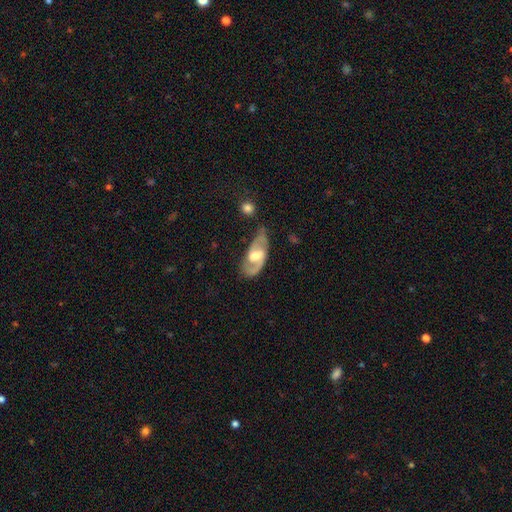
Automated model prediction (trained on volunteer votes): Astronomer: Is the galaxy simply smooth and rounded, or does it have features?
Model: featured or disk — 81%.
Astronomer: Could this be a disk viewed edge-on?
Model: no — 94%.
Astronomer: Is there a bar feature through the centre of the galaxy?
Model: weak — 52% (runner-up: no, 28%).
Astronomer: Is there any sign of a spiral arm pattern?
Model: yes — 92%.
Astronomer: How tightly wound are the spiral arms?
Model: medium — 54%.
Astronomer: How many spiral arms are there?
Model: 2 — 87%.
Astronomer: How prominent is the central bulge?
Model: moderate — 66%.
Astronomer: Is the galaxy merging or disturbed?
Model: none — 66%.